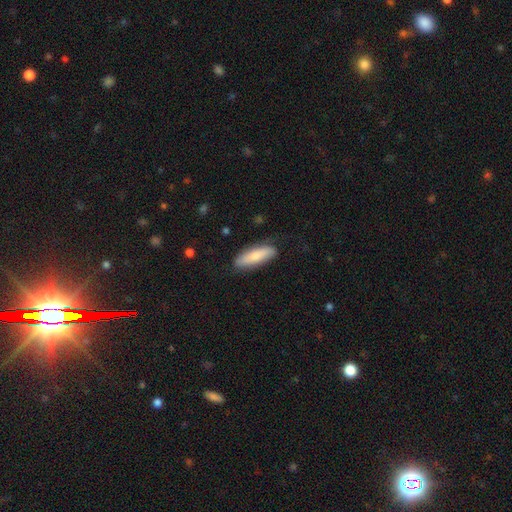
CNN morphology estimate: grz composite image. It shows a smooth galaxy with no disk features (73%) that is in between round and cigar-shaped (52%). Merging: none (79%).